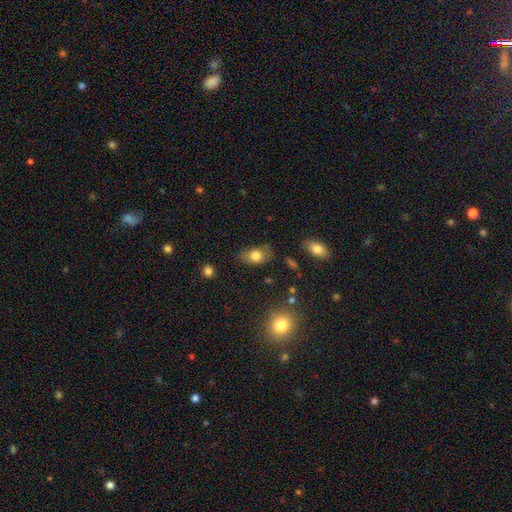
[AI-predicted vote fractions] Smooth or featured?
  - smooth: 77% *
  - featured or disk: 13%
  - star or artifact: 9%
How rounded?
  - in between: 82% *
  - round: 15%
  - cigar-shaped: 2%
Merging?
  - none: 68% *
  - minor disturbance: 23%
  - major disturbance: 7%
  - merger: 3%